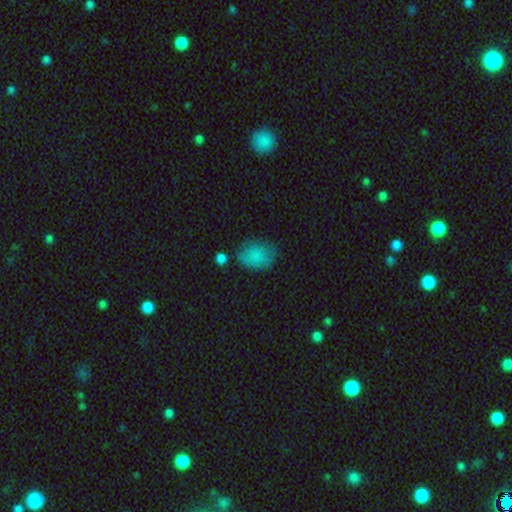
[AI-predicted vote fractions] Smooth or featured: smooth — 81% (featured or disk — 10%)
How rounded: in between — 72% (round — 27%)
Merging: none — 56% (minor disturbance — 28%)